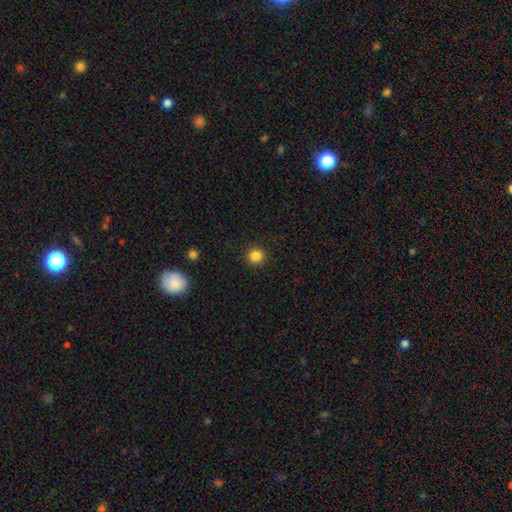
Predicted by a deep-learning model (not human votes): smooth 84%, star or artifact 12%, featured or disk 4%. Down the decision tree: how rounded — round (94%); merging — none (92%).